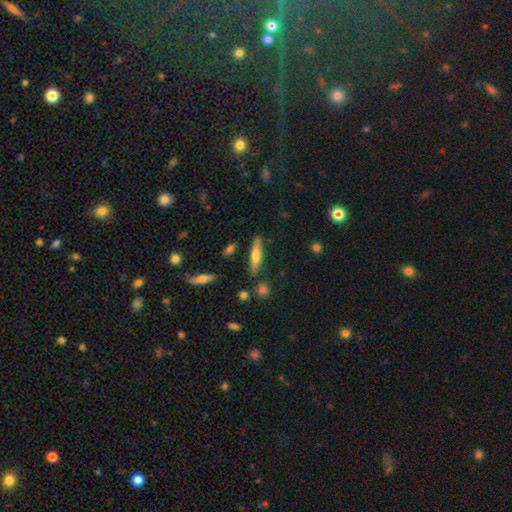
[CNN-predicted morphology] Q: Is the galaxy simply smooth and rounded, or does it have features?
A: smooth — 56%.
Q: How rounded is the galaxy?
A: cigar-shaped — 79%.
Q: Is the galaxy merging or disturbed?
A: none — 83%.